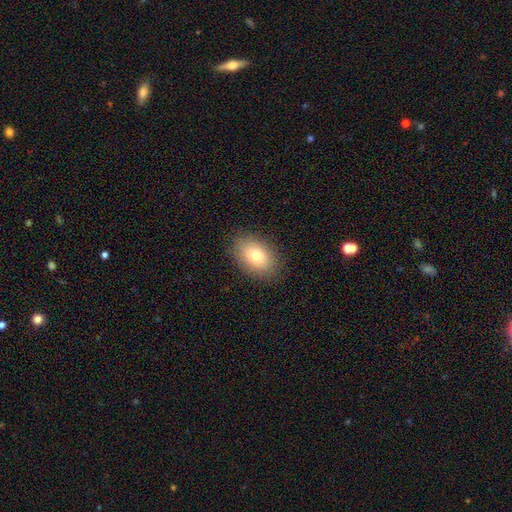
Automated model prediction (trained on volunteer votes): Smooth or featured? Predicted: smooth (p=0.76). How rounded? Predicted: in between (p=0.83). Merging? Predicted: none (p=0.87).